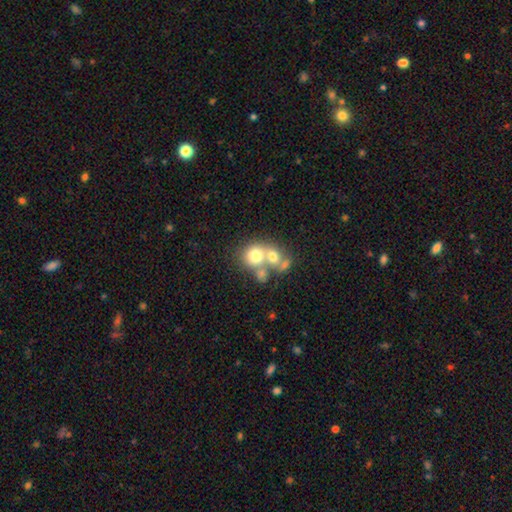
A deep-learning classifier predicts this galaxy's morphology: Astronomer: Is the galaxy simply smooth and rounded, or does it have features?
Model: smooth — 68%.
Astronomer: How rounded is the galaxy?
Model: round — 73%.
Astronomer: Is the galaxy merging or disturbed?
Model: merger — 58%.